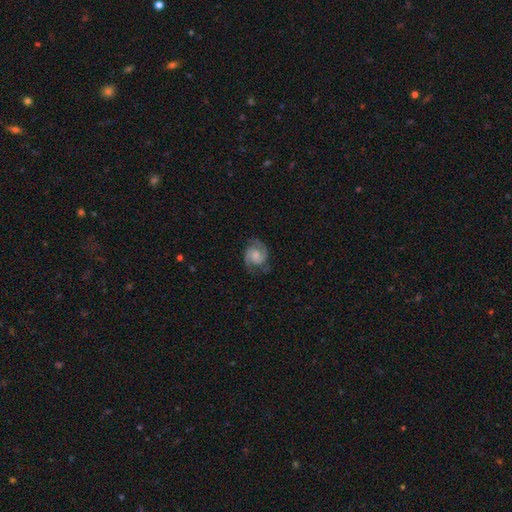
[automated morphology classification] Smooth or featured? featured or disk (86%)
Edge-on disk? no (98%)
Bar? no (57%)
Spiral arms? yes (98%)
Spiral winding? medium (50%)
Spiral arm count? 2 (92%)
Bulge size? moderate (43%)
Merging? none (77%)